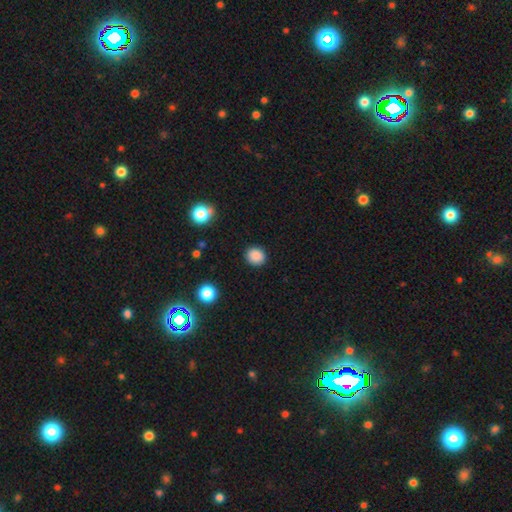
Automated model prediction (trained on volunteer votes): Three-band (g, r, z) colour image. It shows a smooth galaxy with no disk features (86%) that is round (77%). Merging: none (90%).